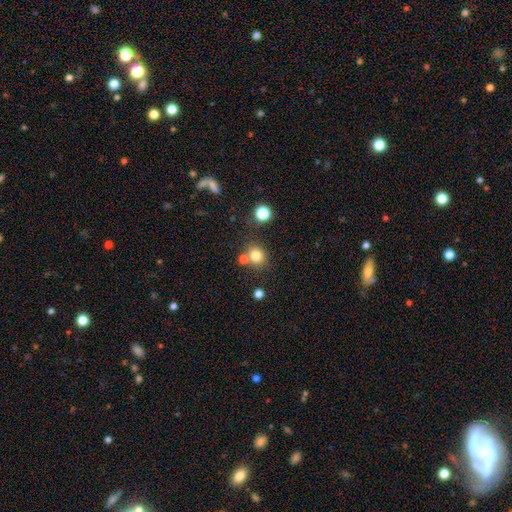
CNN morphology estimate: The model was most divided on "merging": none: 70%, merger: 16%, minor disturbance: 11%, major disturbance: 4%. More confident: how rounded — round (81%); smooth or featured — smooth (79%).